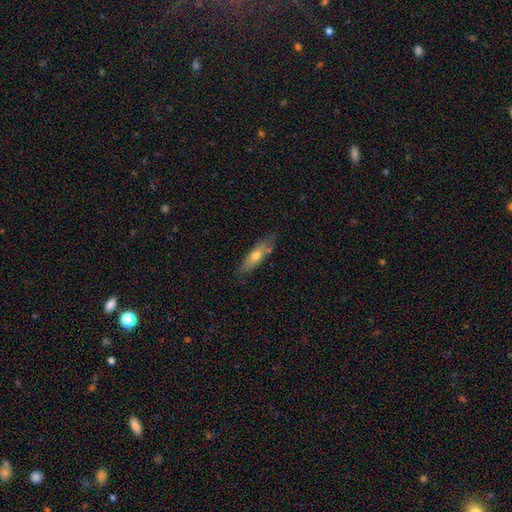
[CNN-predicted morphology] Smooth or featured? Predicted: smooth (p=0.57). How rounded? Predicted: cigar-shaped (p=0.61). Merging? Predicted: none (p=0.76).